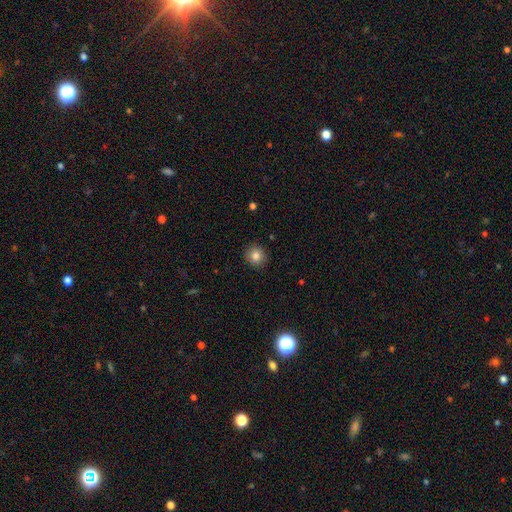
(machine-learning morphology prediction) A smooth galaxy with no disk features (83%) that is round (91%).

Vote fractions:
- Smooth or featured? smooth: 83% / star or artifact: 11% / featured or disk: 6%
- How rounded? round: 91% / in between: 9% / cigar-shaped: 1%
- Merging? none: 91% / minor disturbance: 6% / major disturbance: 2% / merger: 1%